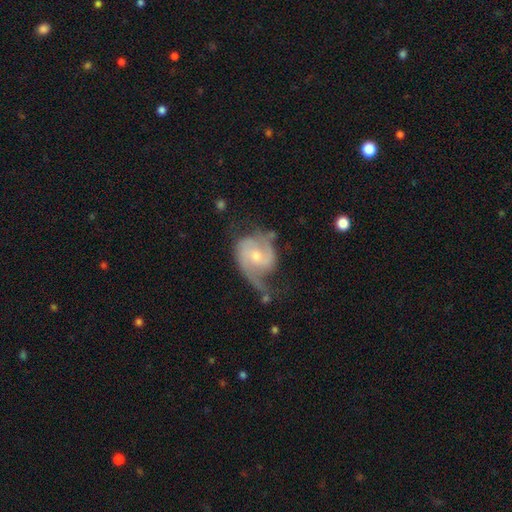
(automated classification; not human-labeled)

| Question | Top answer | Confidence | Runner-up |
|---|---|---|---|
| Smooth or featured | featured or disk | 80% | smooth (15%) |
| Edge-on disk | no | 97% | yes (3%) |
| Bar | no | 56% | weak (37%) |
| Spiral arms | yes | 93% | no (7%) |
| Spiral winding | medium | 44% | loose (31%) |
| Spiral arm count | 2 | 64% | 1 (19%) |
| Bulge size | moderate | 50% | small (44%) |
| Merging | none | 39% | major disturbance (30%) |